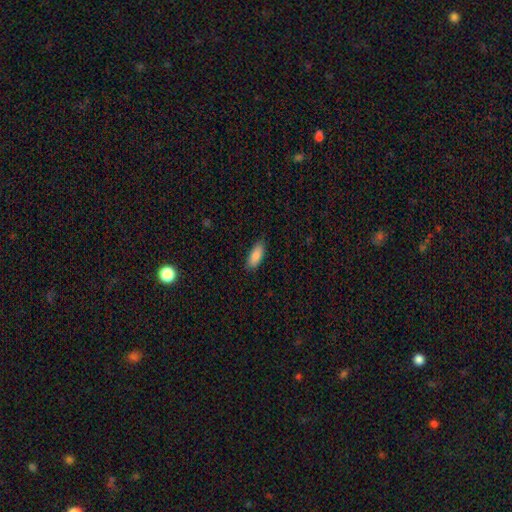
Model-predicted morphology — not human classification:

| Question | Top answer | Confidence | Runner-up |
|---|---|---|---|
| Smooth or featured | smooth | 87% | featured or disk (6%) |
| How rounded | in between | 82% | cigar-shaped (17%) |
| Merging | none | 84% | minor disturbance (13%) |